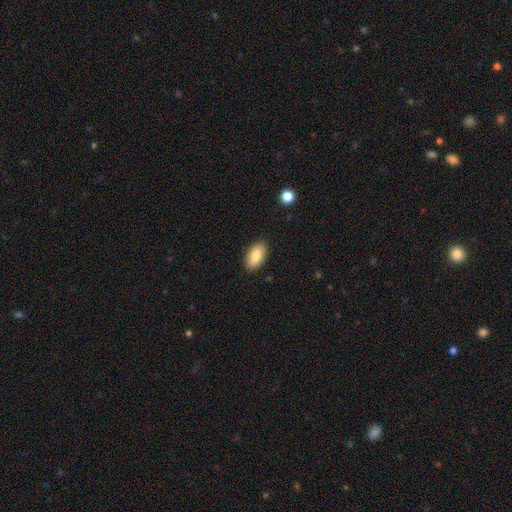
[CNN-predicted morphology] smooth_or_featured: smooth (p=0.85) [alt: featured or disk p=0.09]
how_rounded: in between (p=0.93) [alt: cigar-shaped p=0.04]
merging: none (p=0.88) [alt: minor disturbance p=0.09]